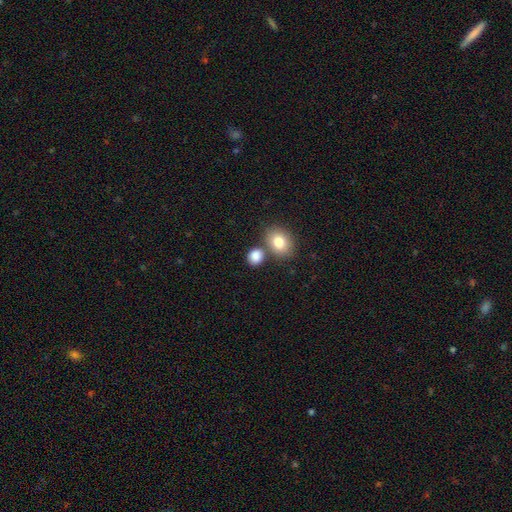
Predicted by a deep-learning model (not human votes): Smooth or featured: smooth — 84% (star or artifact — 9%)
How rounded: round — 65% (in between — 33%)
Merging: none — 65% (merger — 21%)